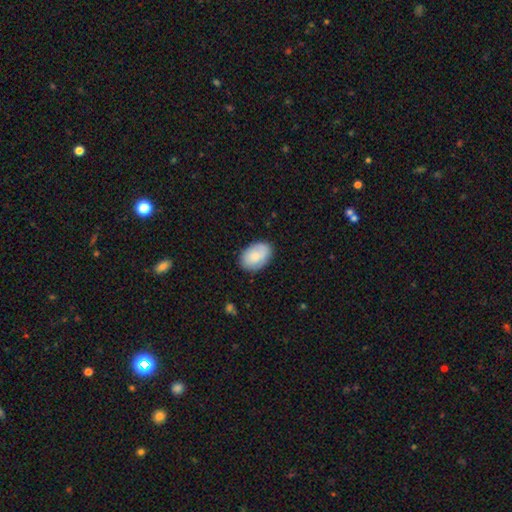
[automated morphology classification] A smooth galaxy with no disk features (78%) that is in between round and cigar-shaped (87%). Merging: none (83%).